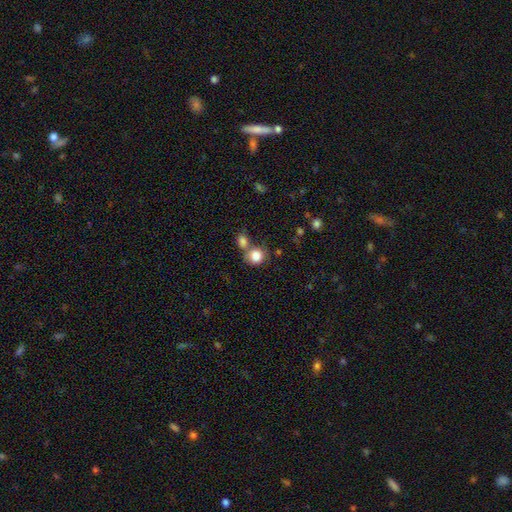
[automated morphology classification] This is clearly a smooth galaxy (84%). How rounded: likely round (78%). Merging: possibly none (48%).